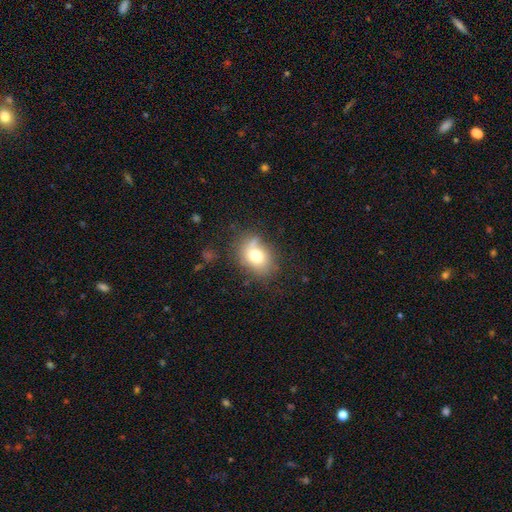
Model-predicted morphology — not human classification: smooth-or-featured: smooth: 72% | featured or disk: 17% | star or artifact: 11%
  how-rounded: in between: 62% | round: 36% | cigar-shaped: 1%
  merging: none: 61% | minor disturbance: 24% | major disturbance: 9% | merger: 5%